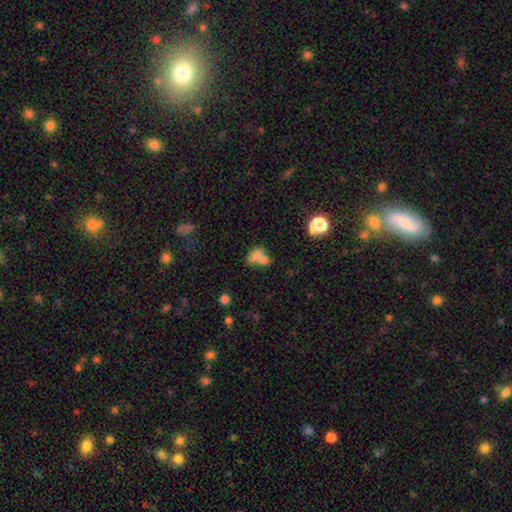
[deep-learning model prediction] A smooth galaxy with no disk features (69%) that is in between round and cigar-shaped (68%).

Vote fractions:
- Smooth or featured? smooth: 69% / featured or disk: 17% / star or artifact: 15%
- How rounded? in between: 68% / round: 29% / cigar-shaped: 2%
- Merging? merger: 62% / none: 22% / minor disturbance: 9% / major disturbance: 7%